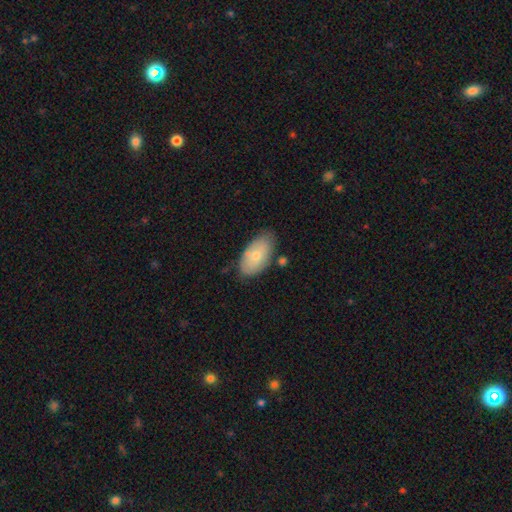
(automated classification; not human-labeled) A smooth galaxy with no disk features (70%) that is in between round and cigar-shaped (94%). Merging: none (72%).